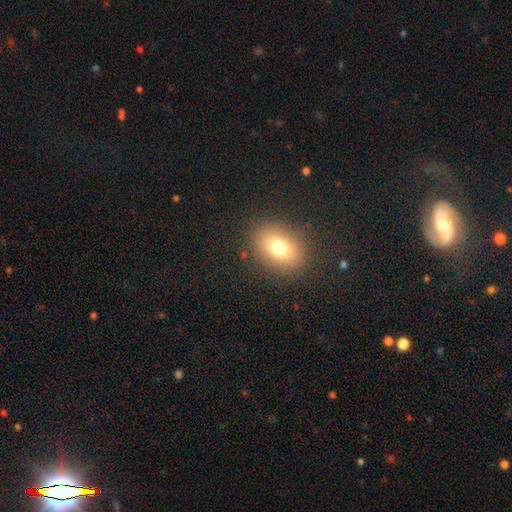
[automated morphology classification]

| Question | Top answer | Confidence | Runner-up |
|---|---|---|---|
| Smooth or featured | smooth | 64% | star or artifact (23%) |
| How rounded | in between | 65% | round (33%) |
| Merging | none | 89% | minor disturbance (6%) |